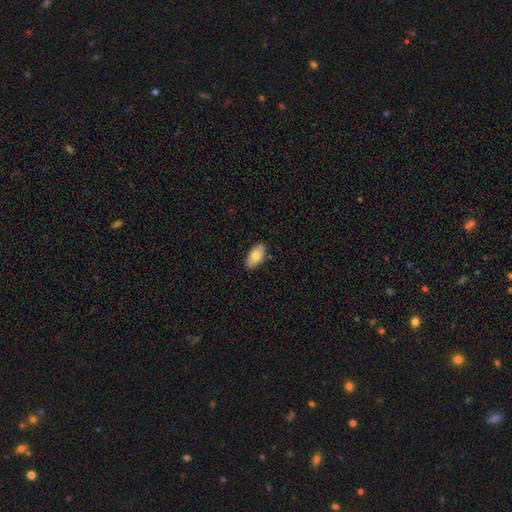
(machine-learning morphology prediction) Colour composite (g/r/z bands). It shows a smooth galaxy with no disk features (78%) that is in between round and cigar-shaped (93%). Merging: none (86%).